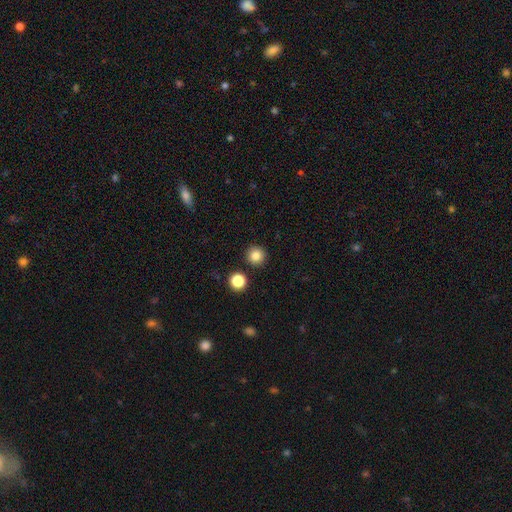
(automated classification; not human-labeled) Morphology: type=smooth (83%); roundness=round (95%); merging=none (90%).